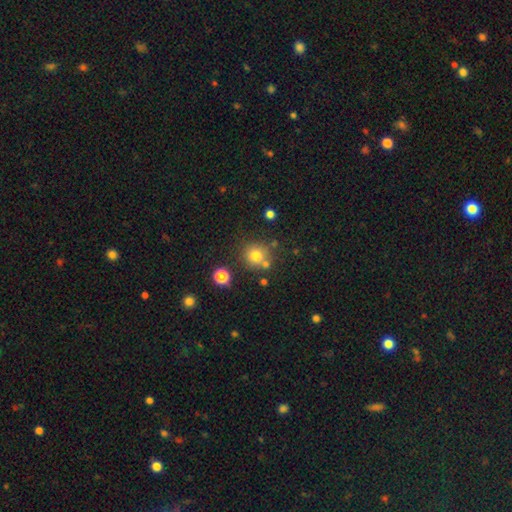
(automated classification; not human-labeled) Smooth or featured? Predicted: smooth (p=0.76). How rounded? Predicted: round (p=0.91). Merging? Predicted: none (p=0.71).